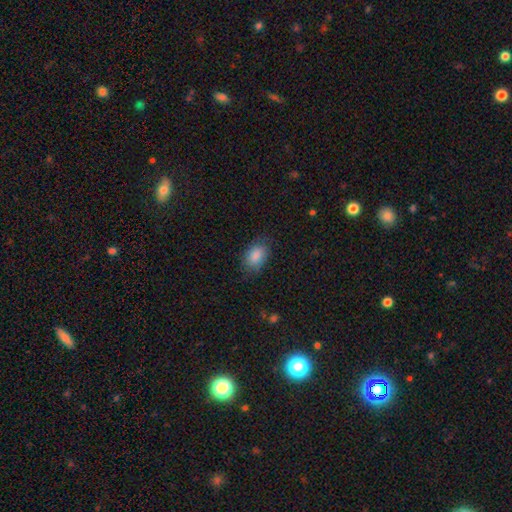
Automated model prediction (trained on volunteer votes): smooth_or_featured: smooth (p=0.87) [alt: star or artifact p=0.07]
how_rounded: in between (p=0.88) [alt: round p=0.11]
merging: none (p=0.77) [alt: minor disturbance p=0.17]